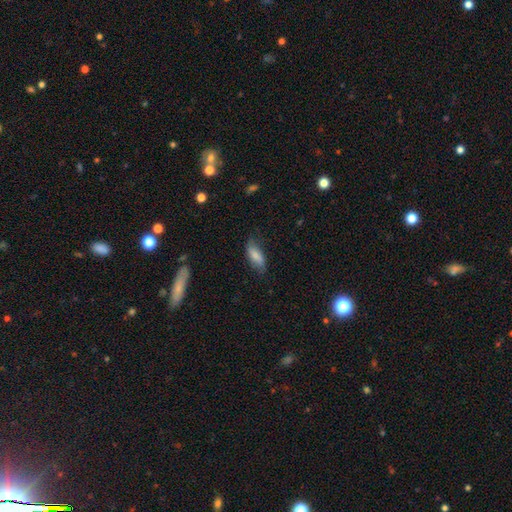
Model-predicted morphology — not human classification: Smooth or featured? Predicted: smooth (p=0.78). How rounded? Predicted: in between (p=0.80). Merging? Predicted: none (p=0.67).